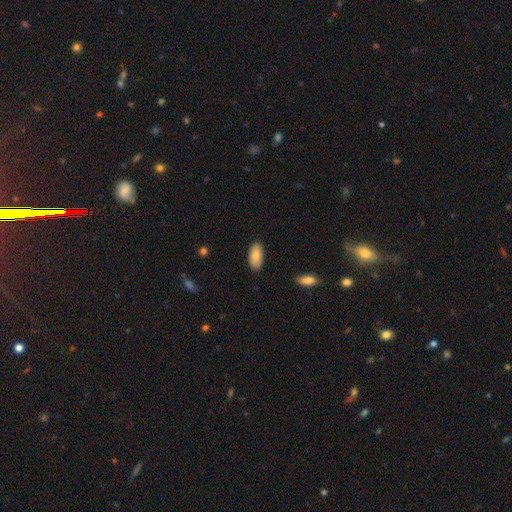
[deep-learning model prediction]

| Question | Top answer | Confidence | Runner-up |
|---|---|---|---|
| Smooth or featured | smooth | 83% | featured or disk (11%) |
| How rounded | in between | 92% | cigar-shaped (5%) |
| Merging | none | 85% | minor disturbance (12%) |